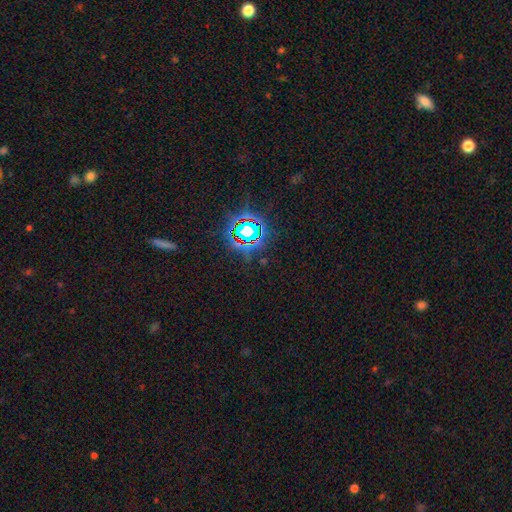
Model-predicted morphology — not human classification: This is likely a star or artifact rather than a galaxy (80%).